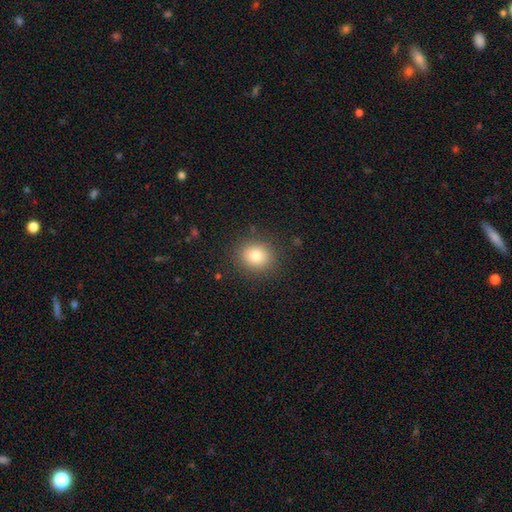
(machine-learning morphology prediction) Smooth or featured? Predicted: smooth (p=0.80). How rounded? Predicted: round (p=0.77). Merging? Predicted: none (p=0.88).